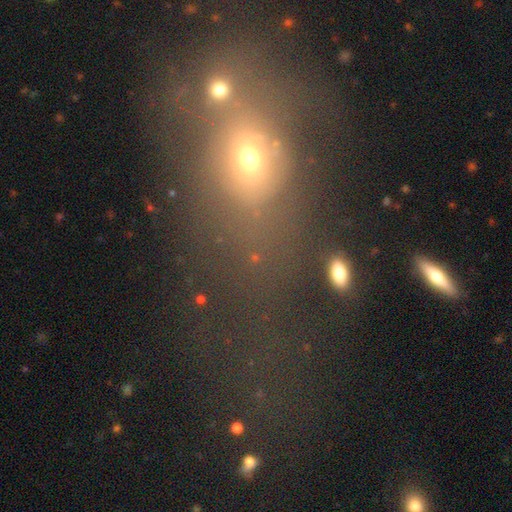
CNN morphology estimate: type=smooth (50%); roundness=in between (58%); merging=none (36%).